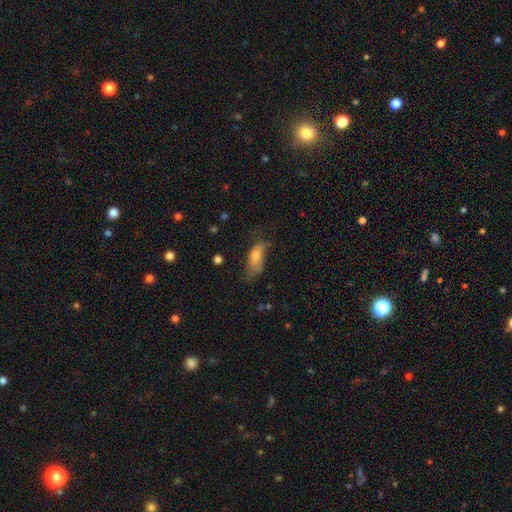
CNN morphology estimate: A smooth galaxy with no disk features (67%) that is in between round and cigar-shaped (71%). Merging: none (44%).